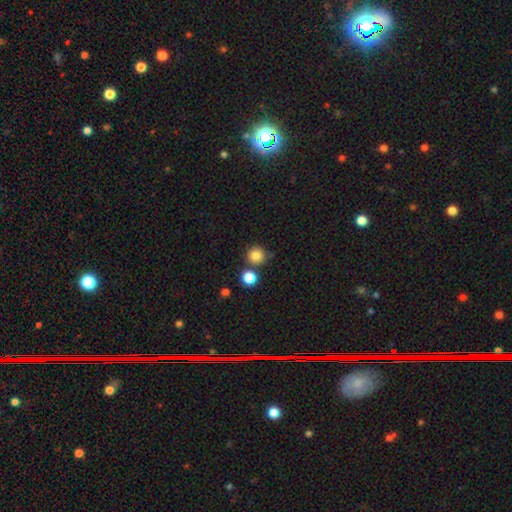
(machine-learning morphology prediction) Smooth or featured? Predicted: smooth (p=0.82). How rounded? Predicted: round (p=0.94). Merging? Predicted: none (p=0.76).